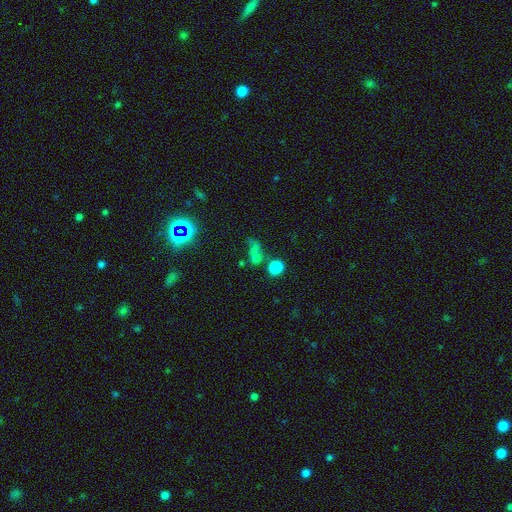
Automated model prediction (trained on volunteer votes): Smooth or featured?
  - smooth: 57% *
  - star or artifact: 29%
  - featured or disk: 14%
How rounded?
  - round: 54% *
  - in between: 40%
  - cigar-shaped: 6%
Merging?
  - none: 38% *
  - merger: 27%
  - major disturbance: 20%
  - minor disturbance: 15%